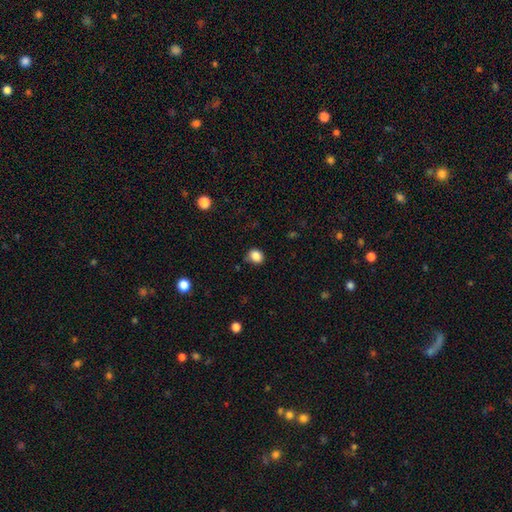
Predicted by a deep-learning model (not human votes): Smooth or featured? smooth (85%)
How rounded? round (63%)
Merging? none (78%)